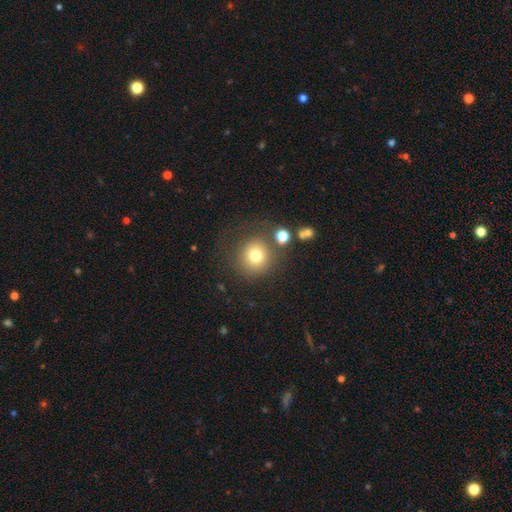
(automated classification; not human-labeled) smooth-or-featured: smooth: 76% | star or artifact: 13% | featured or disk: 12%
  how-rounded: round: 92% | in between: 7% | cigar-shaped: 1%
  merging: none: 73% | minor disturbance: 12% | major disturbance: 8% | merger: 8%